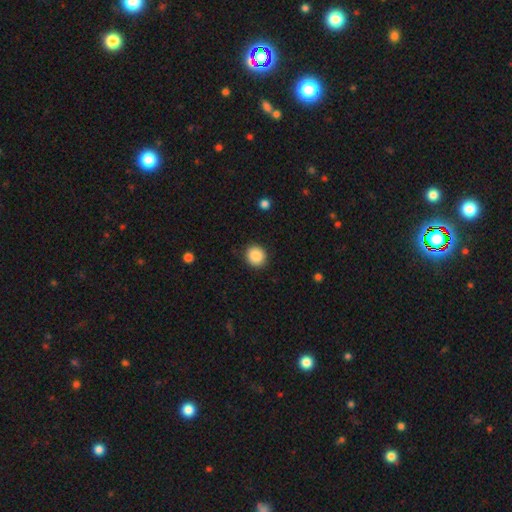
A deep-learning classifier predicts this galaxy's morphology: This is clearly a smooth galaxy (88%). How rounded: clearly round (84%). Merging: clearly none (90%).